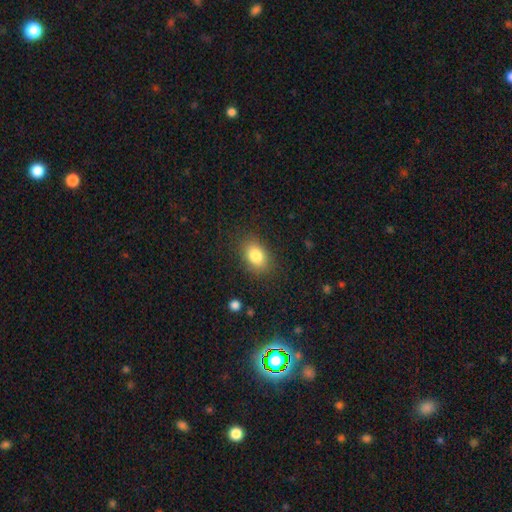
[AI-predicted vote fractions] Overall: smooth (82%). How rounded: in between (75%). Merging: none (83%).